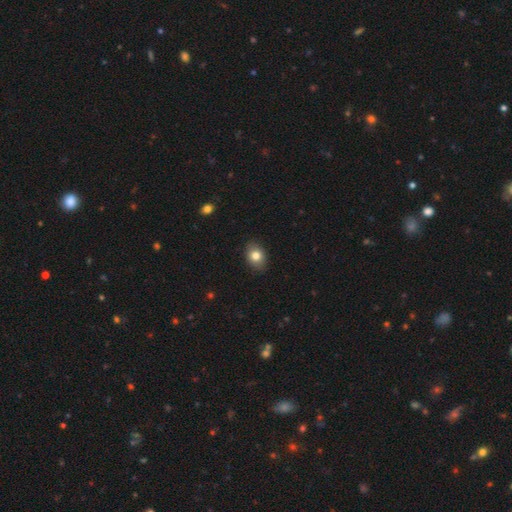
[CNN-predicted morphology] A smooth galaxy with no disk features (81%) that is in between round and cigar-shaped (66%).

Vote fractions:
- Smooth or featured? smooth: 81% / featured or disk: 9% / star or artifact: 9%
- How rounded? in between: 66% / round: 33% / cigar-shaped: 1%
- Merging? none: 88% / minor disturbance: 9% / major disturbance: 2% / merger: 1%